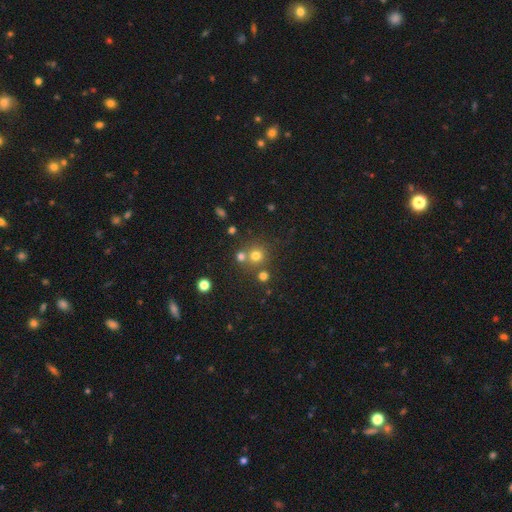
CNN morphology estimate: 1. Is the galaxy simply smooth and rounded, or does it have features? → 71% smooth, 19% star or artifact, 9% featured or disk.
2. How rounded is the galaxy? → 91% round, 8% in between, 1% cigar-shaped.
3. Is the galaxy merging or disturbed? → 66% none, 23% merger, 8% minor disturbance, 3% major disturbance.